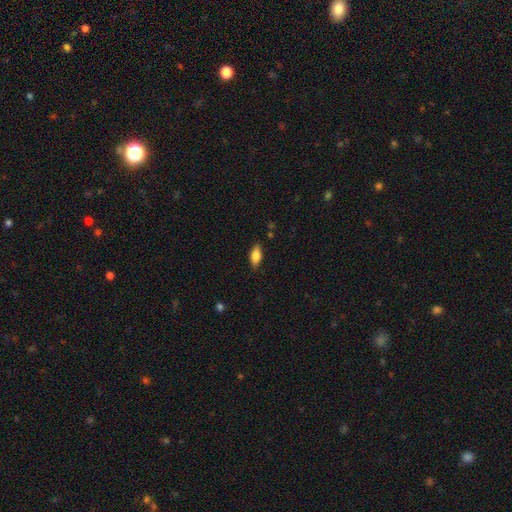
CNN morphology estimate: smooth 79%, featured or disk 14%, star or artifact 7%. Down the decision tree: how rounded — in between (82%); merging — none (85%).